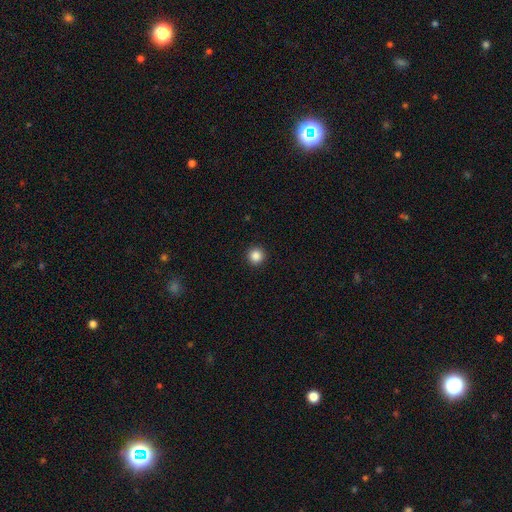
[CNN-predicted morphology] smooth-or-featured: smooth: 86% | star or artifact: 11% | featured or disk: 3%
  how-rounded: round: 96% | in between: 3% | cigar-shaped: 1%
  merging: none: 93% | minor disturbance: 4% | major disturbance: 2% | merger: 1%